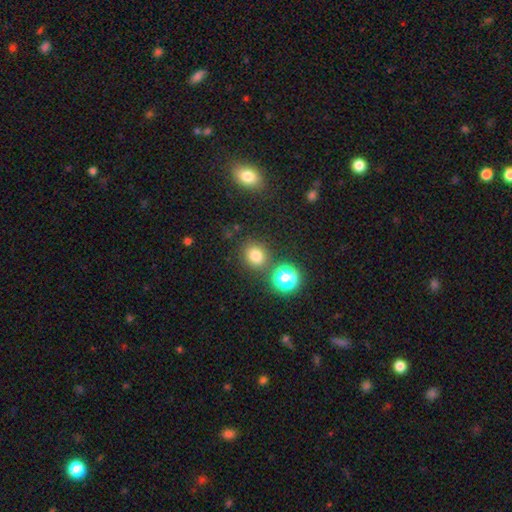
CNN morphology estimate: Smooth or featured? Predicted: smooth (p=0.75). How rounded? Predicted: round (p=0.83). Merging? Predicted: none (p=0.80).